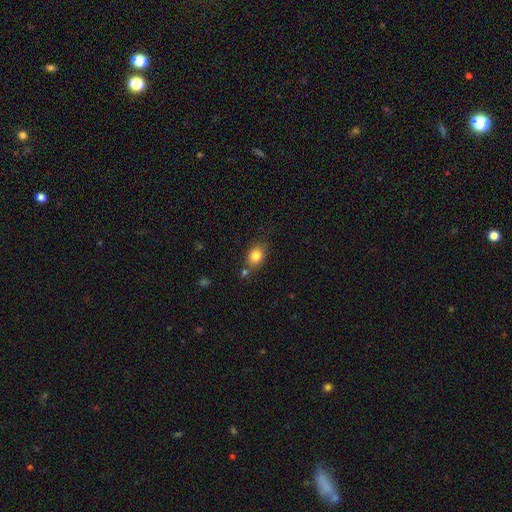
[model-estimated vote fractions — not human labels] This appears to be a smooth galaxy with no disk features (82%) that is in between round and cigar-shaped (56%). Merging: none (67%).